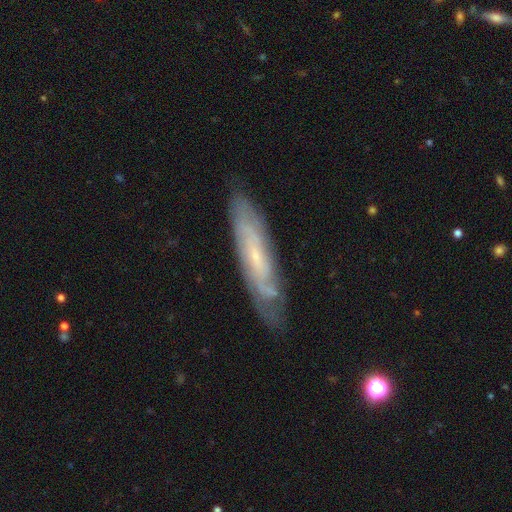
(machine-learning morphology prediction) Smooth or featured? featured or disk (72%)
Edge-on disk? no (64%)
Merging? none (77%)